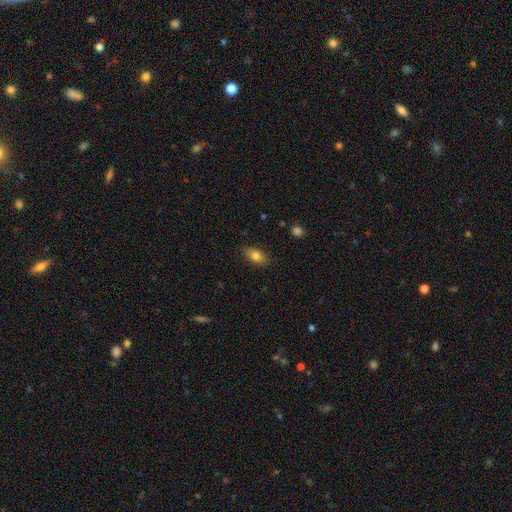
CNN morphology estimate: Smooth or featured: smooth — 82% (featured or disk — 10%)
How rounded: in between — 87% (round — 10%)
Merging: none — 85% (minor disturbance — 11%)